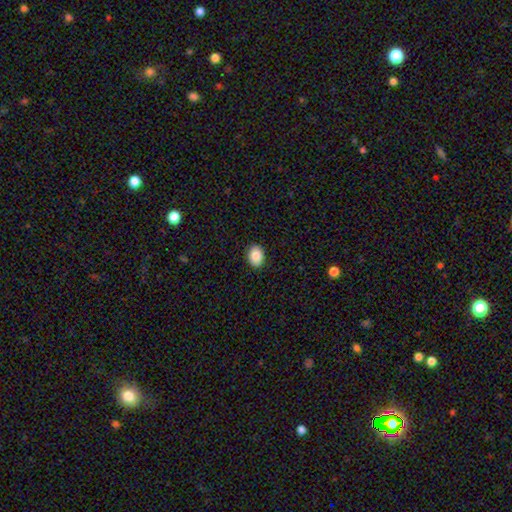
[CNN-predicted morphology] Smooth or featured? smooth (86%)
How rounded? in between (70%)
Merging? none (90%)